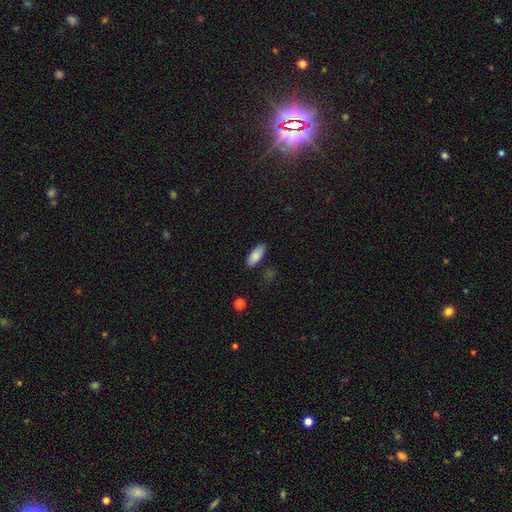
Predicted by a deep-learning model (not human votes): smooth_or_featured: smooth (p=0.85) [alt: featured or disk p=0.08]
how_rounded: in between (p=0.83) [alt: cigar-shaped p=0.15]
merging: none (p=0.85) [alt: minor disturbance p=0.11]